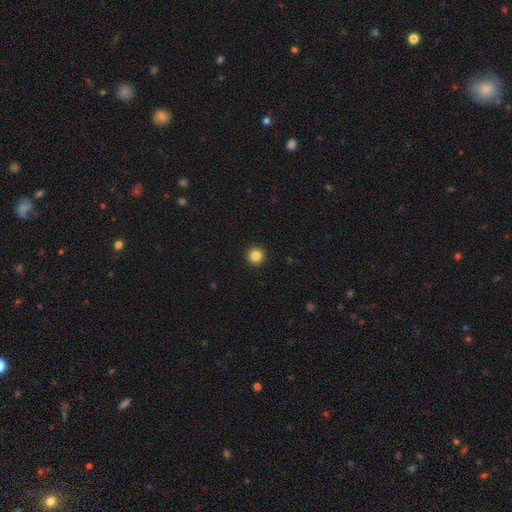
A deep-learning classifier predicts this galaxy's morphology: The model was most divided on "smooth or featured": smooth: 85%, star or artifact: 11%, featured or disk: 4%. More confident: how rounded — round (96%); merging — none (94%).